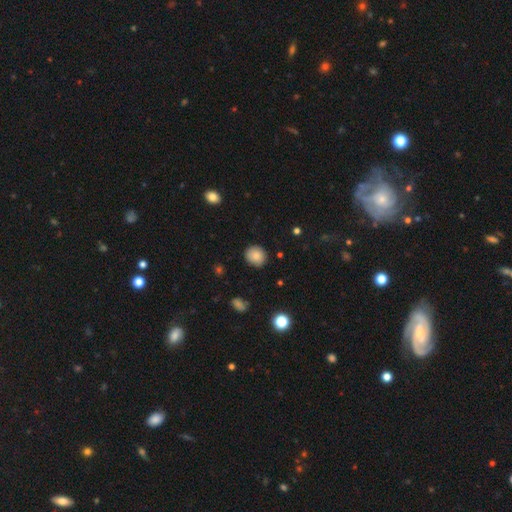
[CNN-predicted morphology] Smooth or featured?
  - smooth: 83% *
  - star or artifact: 9%
  - featured or disk: 8%
How rounded?
  - round: 85% *
  - in between: 14%
  - cigar-shaped: 1%
Merging?
  - none: 87% *
  - minor disturbance: 9%
  - major disturbance: 2%
  - merger: 1%